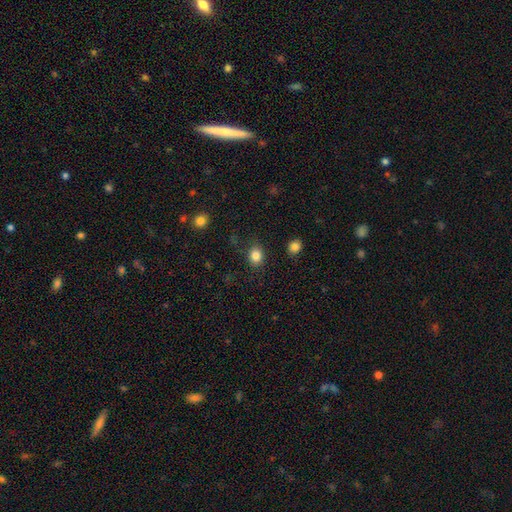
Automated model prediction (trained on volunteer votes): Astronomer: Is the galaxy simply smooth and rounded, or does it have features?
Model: smooth — 85%.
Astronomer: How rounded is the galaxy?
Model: round — 60% (runner-up: in between, 39%).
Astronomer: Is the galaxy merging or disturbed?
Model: none — 84%.